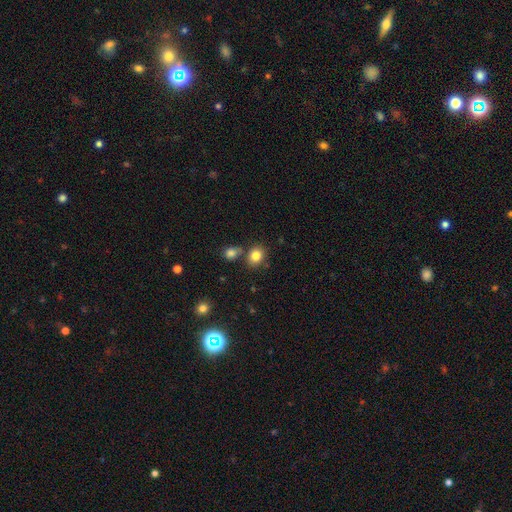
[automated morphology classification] type=smooth (83%); roundness=round (57%); merging=none (68%).